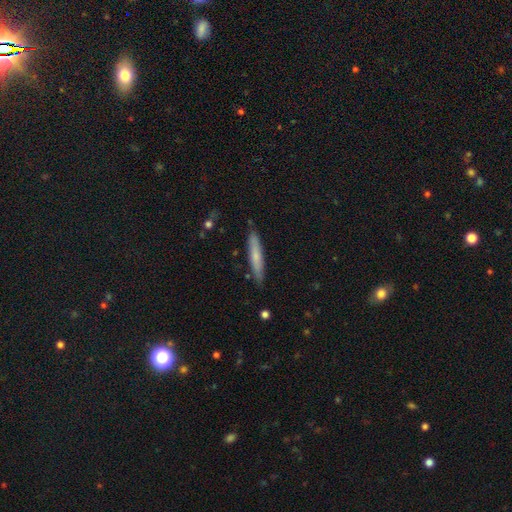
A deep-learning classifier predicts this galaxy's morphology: smooth-or-featured: smooth: 64% | featured or disk: 31% | star or artifact: 6%
  how-rounded: cigar-shaped: 92% | in between: 7% | round: 1%
  merging: none: 86% | minor disturbance: 11% | major disturbance: 2% | merger: 2%